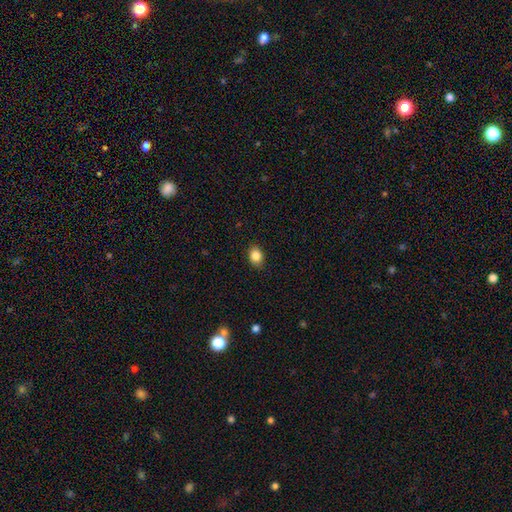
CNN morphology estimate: Smooth or featured? smooth (85%)
How rounded? in between (63%)
Merging? none (87%)